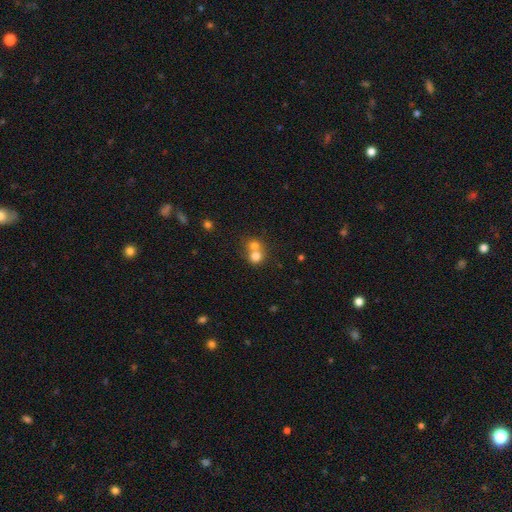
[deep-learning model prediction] Smooth or featured?
  - smooth: 74% *
  - featured or disk: 14%
  - star or artifact: 12%
How rounded?
  - round: 80% *
  - in between: 19%
  - cigar-shaped: 1%
Merging?
  - merger: 61% *
  - none: 31%
  - minor disturbance: 5%
  - major disturbance: 3%